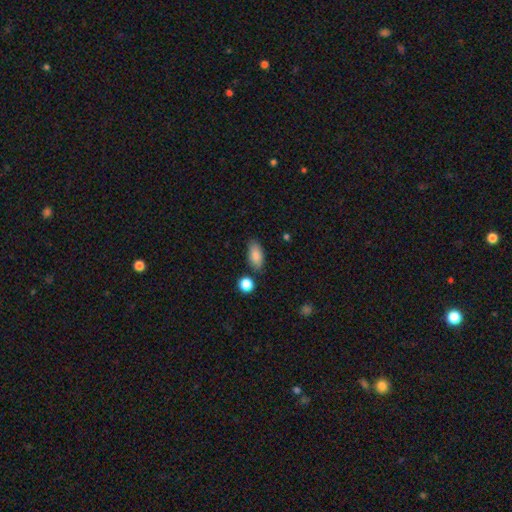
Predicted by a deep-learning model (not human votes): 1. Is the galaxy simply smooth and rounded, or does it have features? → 85% smooth, 8% featured or disk, 7% star or artifact.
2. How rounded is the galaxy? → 88% in between, 8% cigar-shaped, 4% round.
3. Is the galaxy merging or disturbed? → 80% none, 13% minor disturbance, 4% merger, 3% major disturbance.